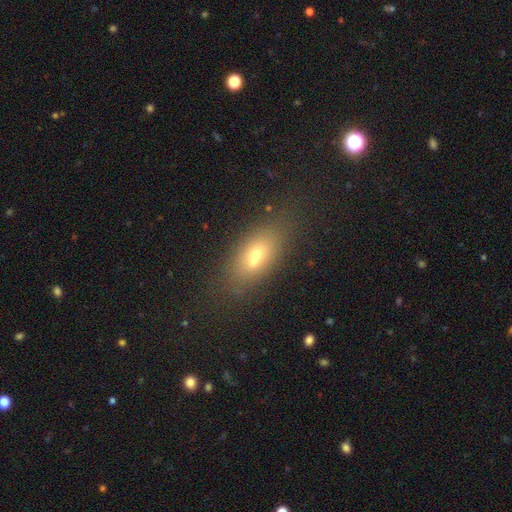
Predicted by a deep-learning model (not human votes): This appears to be a smooth galaxy with no disk features (64%) that is in between round and cigar-shaped (81%). Merging: none (57%).